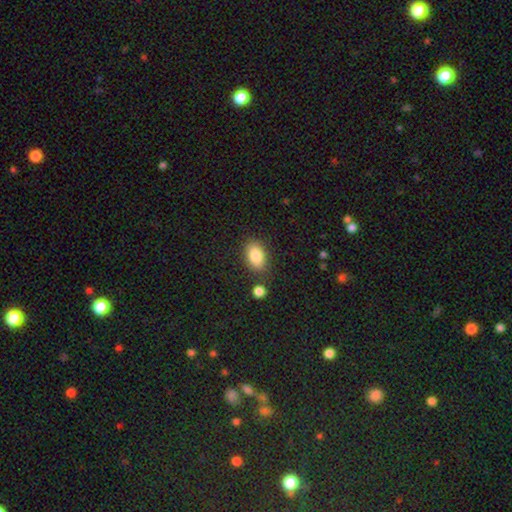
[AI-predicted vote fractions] Smooth or featured? Predicted: smooth (p=0.85). How rounded? Predicted: in between (p=0.88). Merging? Predicted: none (p=0.78).